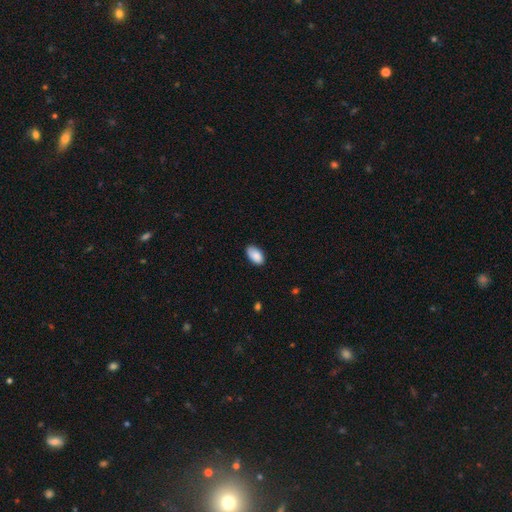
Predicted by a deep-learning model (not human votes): Overall: smooth (89%). How rounded: in between (95%). Merging: none (82%).